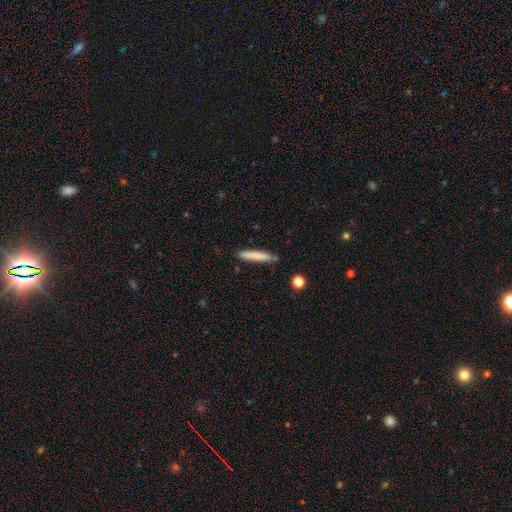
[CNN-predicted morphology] This is likely a smooth galaxy (79%). How rounded: clearly cigar-shaped (94%). Merging: clearly none (82%).